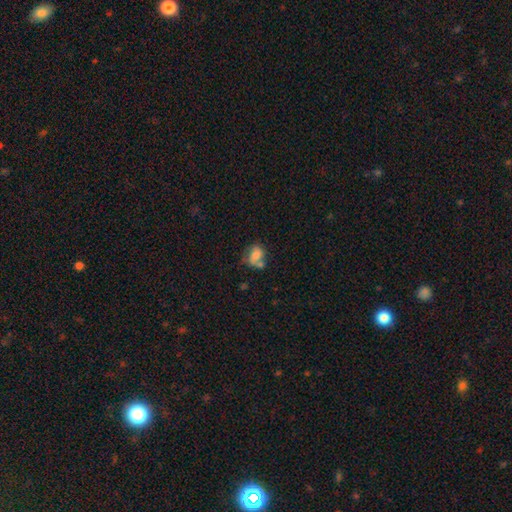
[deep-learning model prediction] Smooth or featured: smooth — 54% (featured or disk — 36%)
How rounded: in between — 55% (round — 44%)
Merging: none — 38% (merger — 25%)